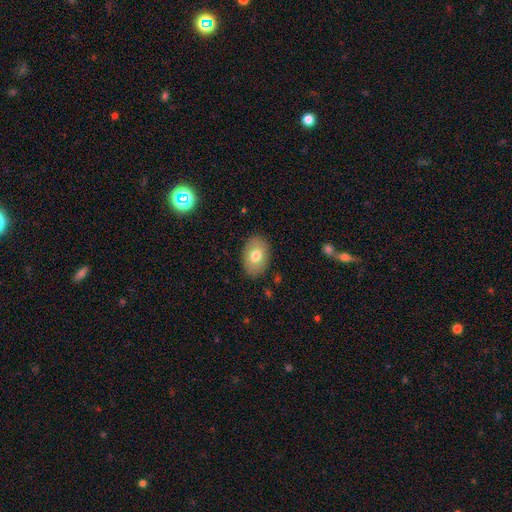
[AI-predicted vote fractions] smooth_or_featured: smooth (p=0.74) [alt: featured or disk p=0.18]
how_rounded: in between (p=0.83) [alt: round p=0.16]
merging: none (p=0.86) [alt: minor disturbance p=0.10]